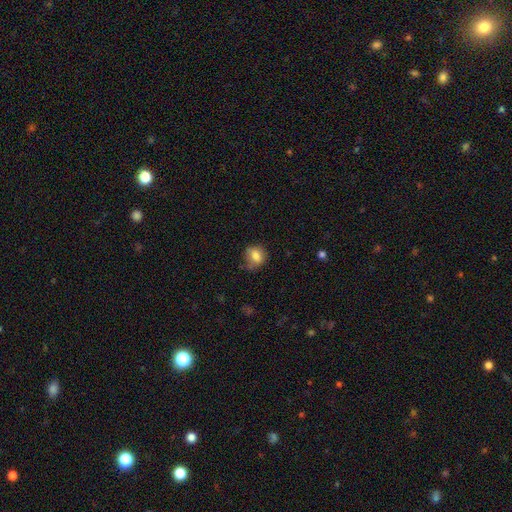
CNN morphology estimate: This is likely a smooth galaxy (78%). How rounded: likely round (65%). Merging: likely none (64%).